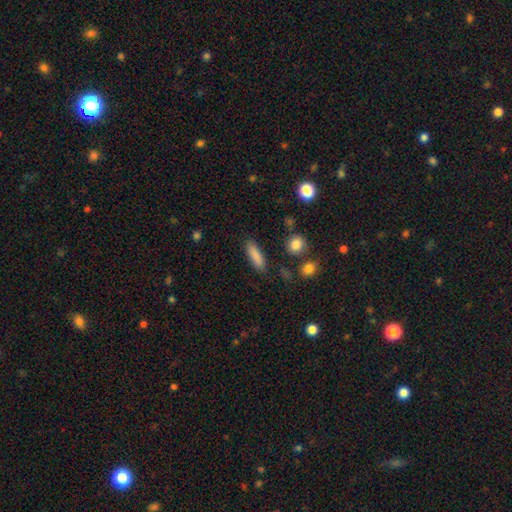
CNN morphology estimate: Smooth or featured?
  - smooth: 86% *
  - star or artifact: 8%
  - featured or disk: 7%
How rounded?
  - cigar-shaped: 54% *
  - in between: 43%
  - round: 3%
Merging?
  - none: 84% *
  - minor disturbance: 10%
  - major disturbance: 3%
  - merger: 3%